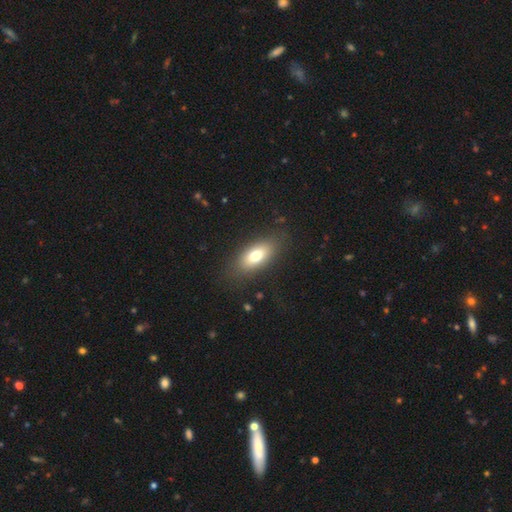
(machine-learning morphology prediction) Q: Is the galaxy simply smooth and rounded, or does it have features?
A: smooth — 73%.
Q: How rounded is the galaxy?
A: in between — 84%.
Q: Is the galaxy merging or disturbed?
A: none — 83%.